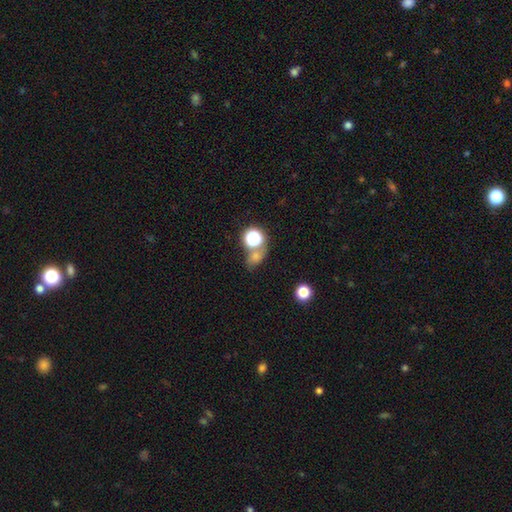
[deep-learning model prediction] smooth-or-featured: smooth: 49% | star or artifact: 39% | featured or disk: 13%
  merging: none: 51% | merger: 29% | minor disturbance: 11% | major disturbance: 8%